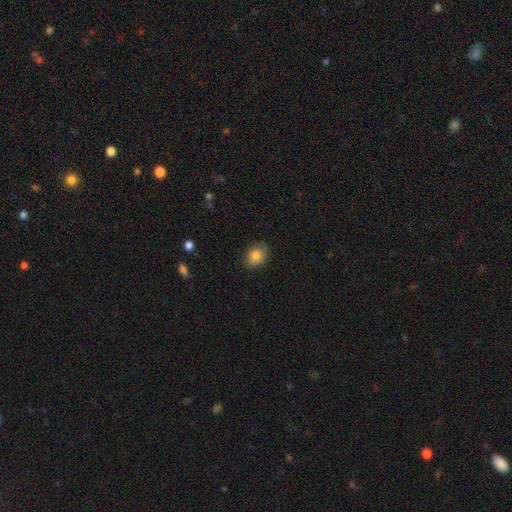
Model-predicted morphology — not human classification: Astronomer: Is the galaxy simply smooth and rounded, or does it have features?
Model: smooth — 85%.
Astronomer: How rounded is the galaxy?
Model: in between — 63%.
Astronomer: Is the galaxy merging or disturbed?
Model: none — 85%.